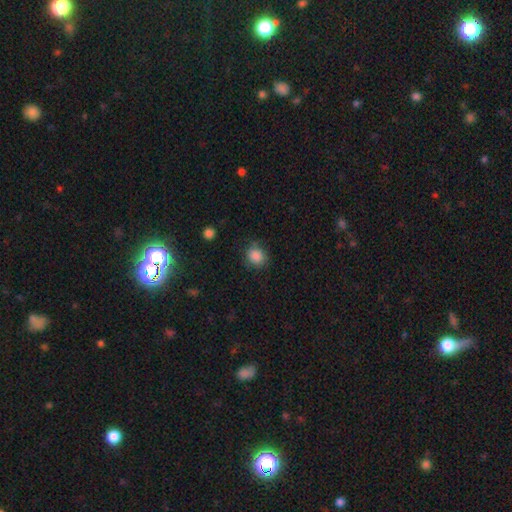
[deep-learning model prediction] This is clearly a smooth galaxy (86%). How rounded: likely round (72%). Merging: likely none (73%).